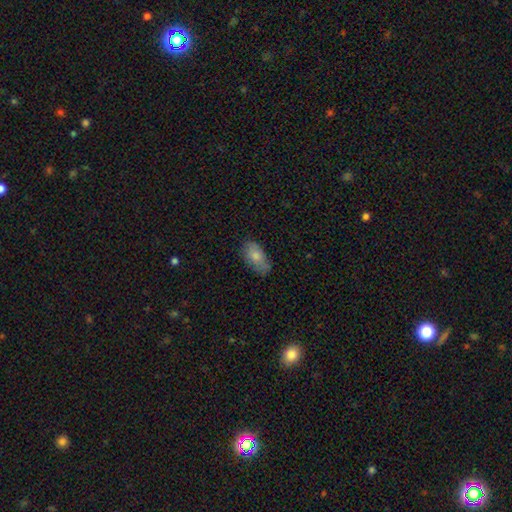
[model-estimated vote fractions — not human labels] A smooth galaxy with no disk features (76%) that is in between round and cigar-shaped (92%).

Vote fractions:
- Smooth or featured? smooth: 76% / featured or disk: 17% / star or artifact: 7%
- How rounded? in between: 92% / round: 4% / cigar-shaped: 4%
- Merging? none: 63% / minor disturbance: 29% / major disturbance: 7% / merger: 2%